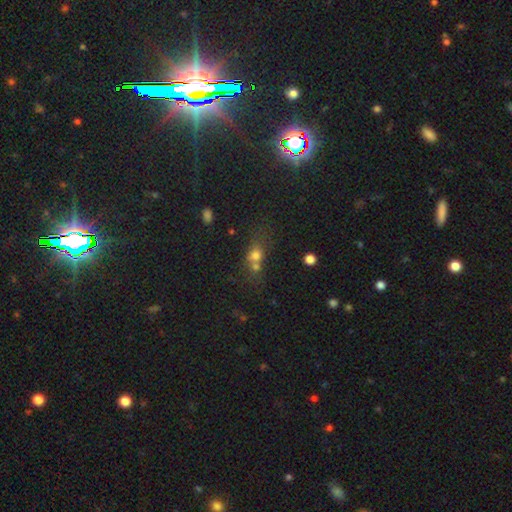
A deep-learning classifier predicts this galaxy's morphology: Smooth or featured? smooth (47%)
Merging? none (45%)